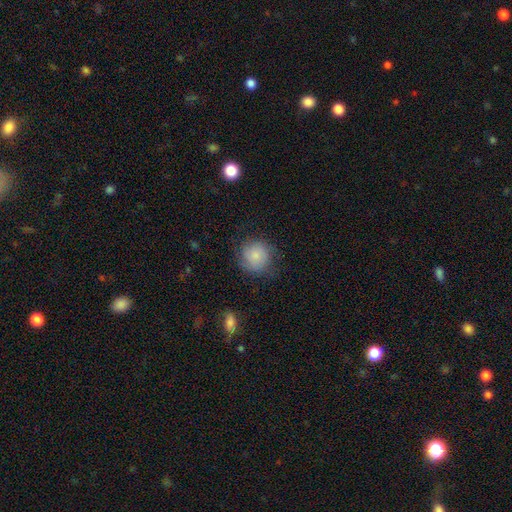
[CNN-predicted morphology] smooth_or_featured: smooth (p=0.76) [alt: featured or disk p=0.17]
how_rounded: round (p=0.90) [alt: in between p=0.09]
merging: none (p=0.72) [alt: minor disturbance p=0.19]